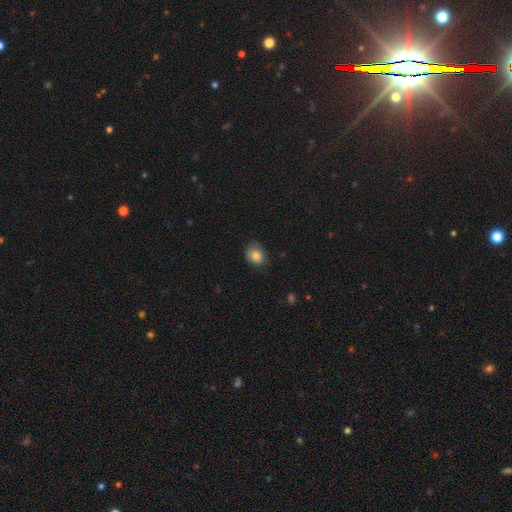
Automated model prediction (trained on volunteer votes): A smooth galaxy with no disk features (83%) that is in between round and cigar-shaped (50%). Merging: none (72%).